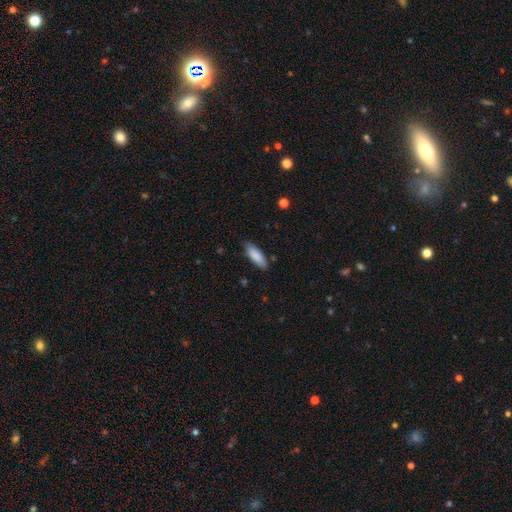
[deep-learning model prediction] smooth 87%, featured or disk 7%, star or artifact 6%. Down the decision tree: how rounded — in between (63%); merging — none (84%).